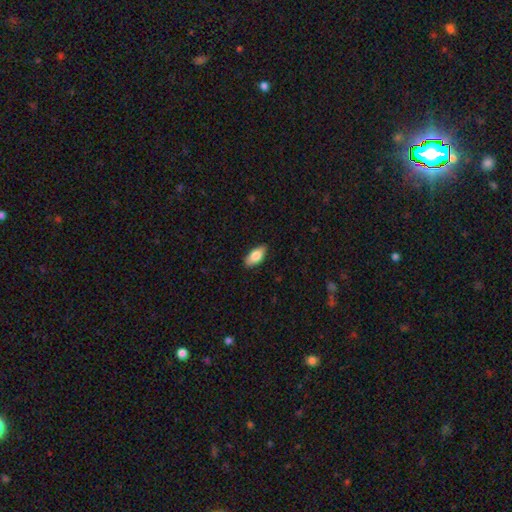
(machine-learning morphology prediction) smooth-or-featured: smooth: 80% | featured or disk: 14% | star or artifact: 6%
  how-rounded: in between: 89% | cigar-shaped: 8% | round: 3%
  merging: none: 85% | minor disturbance: 12% | major disturbance: 2% | merger: 1%